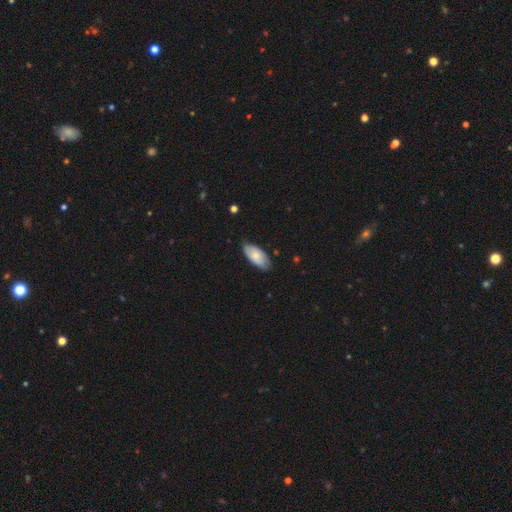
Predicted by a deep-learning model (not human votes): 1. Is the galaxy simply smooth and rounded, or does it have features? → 69% smooth, 26% featured or disk, 6% star or artifact.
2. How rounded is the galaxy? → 91% in between, 7% cigar-shaped, 2% round.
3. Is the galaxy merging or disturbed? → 78% none, 18% minor disturbance, 2% major disturbance, 1% merger.